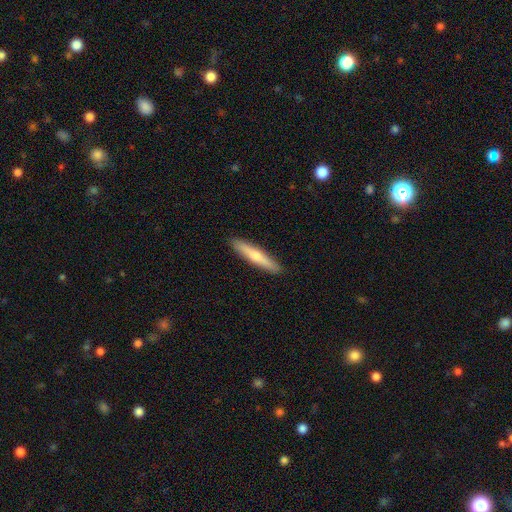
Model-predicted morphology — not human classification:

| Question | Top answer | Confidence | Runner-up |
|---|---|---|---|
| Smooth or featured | smooth | 57% | featured or disk (37%) |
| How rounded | cigar-shaped | 90% | in between (9%) |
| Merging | none | 91% | minor disturbance (6%) |